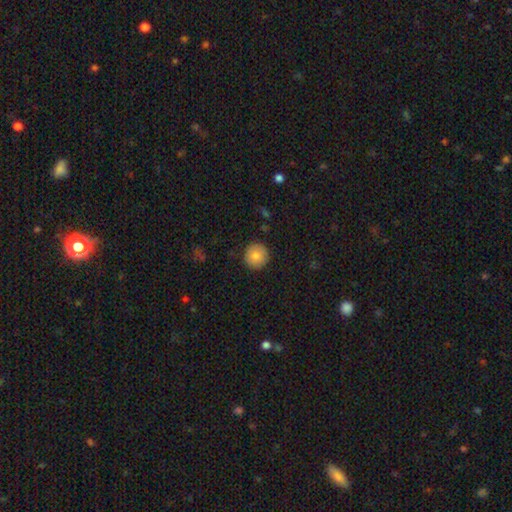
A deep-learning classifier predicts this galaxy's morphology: A smooth galaxy with no disk features (84%) that is round (94%). Merging: none (91%).